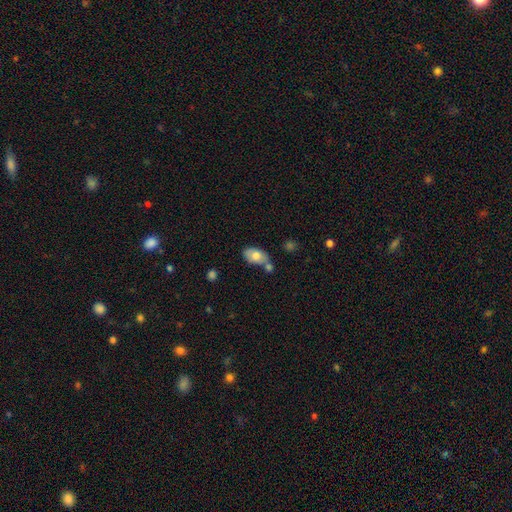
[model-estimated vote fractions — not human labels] The model was most divided on "merging": none: 50%, merger: 26%, minor disturbance: 19%, major disturbance: 6%. More confident: how rounded — in between (91%); smooth or featured — smooth (71%).